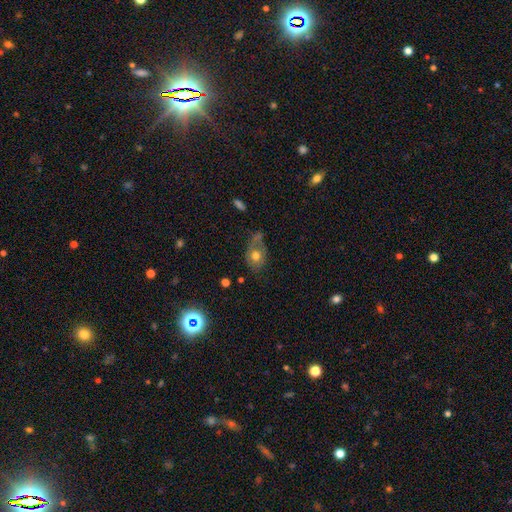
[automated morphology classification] Q: Smooth or featured?
A: smooth (52%); runner-up: featured or disk (32%)
Q: How rounded?
A: in between (64%); runner-up: round (34%)
Q: Merging?
A: none (47%); runner-up: minor disturbance (27%)